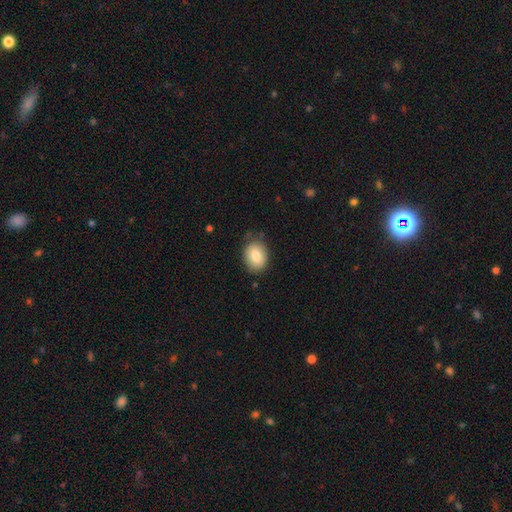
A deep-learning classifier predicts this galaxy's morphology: Smooth or featured?
  - smooth: 83% *
  - featured or disk: 10%
  - star or artifact: 8%
How rounded?
  - in between: 58% *
  - round: 41%
  - cigar-shaped: 1%
Merging?
  - none: 80% *
  - minor disturbance: 15%
  - major disturbance: 3%
  - merger: 2%